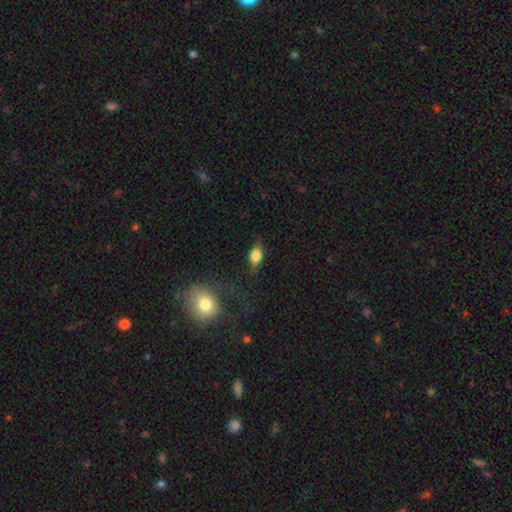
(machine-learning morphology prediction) smooth-or-featured: smooth: 66% | featured or disk: 24% | star or artifact: 10%
  how-rounded: in between: 77% | round: 15% | cigar-shaped: 8%
  merging: none: 63% | minor disturbance: 23% | major disturbance: 11% | merger: 3%